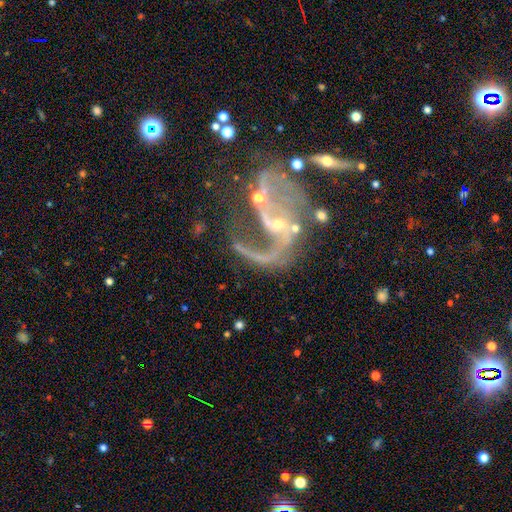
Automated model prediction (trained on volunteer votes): A featured or disk galaxy (83%) with no bar (56%), 2 (66%) loose (69%) spiral arms (89%) and a small central bulge (69%). Merging: major disturbance (34%).